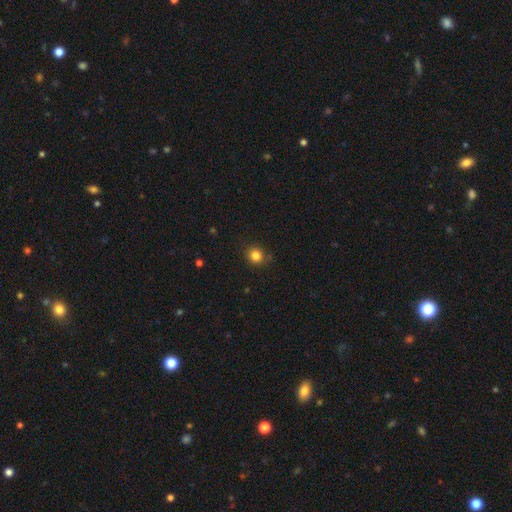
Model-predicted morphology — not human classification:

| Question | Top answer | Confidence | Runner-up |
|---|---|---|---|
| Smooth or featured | smooth | 83% | star or artifact (12%) |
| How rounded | round | 86% | in between (13%) |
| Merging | none | 85% | minor disturbance (11%) |